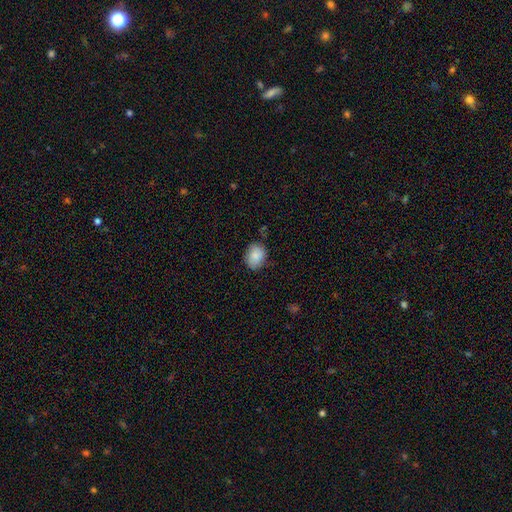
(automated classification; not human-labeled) A smooth galaxy with no disk features (85%) that is in between round and cigar-shaped (61%). Merging: none (75%).